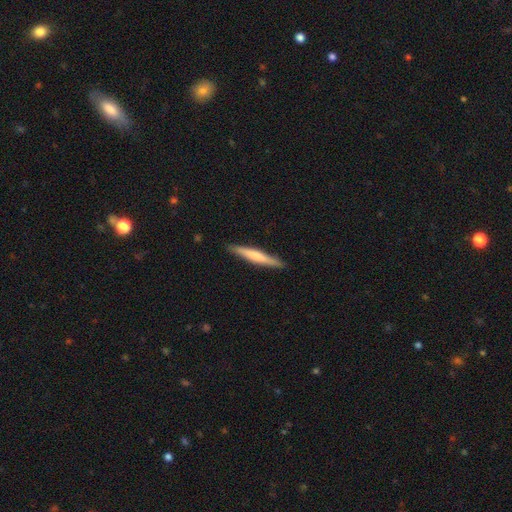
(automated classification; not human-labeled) Smooth or featured: smooth — 55% (featured or disk — 40%)
How rounded: cigar-shaped — 95% (in between — 4%)
Merging: none — 91% (minor disturbance — 7%)